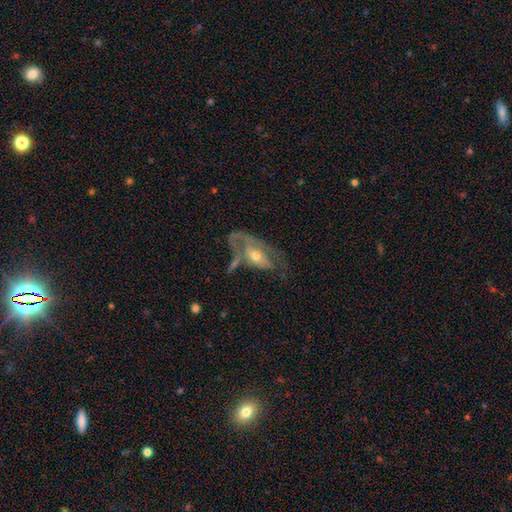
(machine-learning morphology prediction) featured or disk 71%, smooth 23%, star or artifact 7%. Down the decision tree: edge-on disk — no (87%); bar — no (70%); spiral arms — yes (62%); bulge size — moderate (62%); merging — major disturbance (35%).